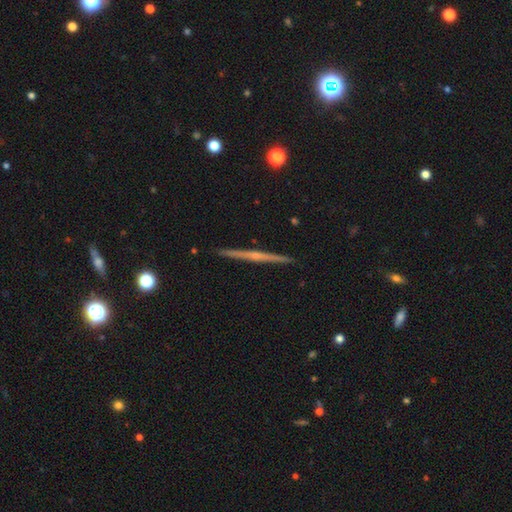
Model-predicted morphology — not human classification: type=featured or disk (71%); edge-on=yes (99%); edge-on bulge=none (55%); merging=none (93%).